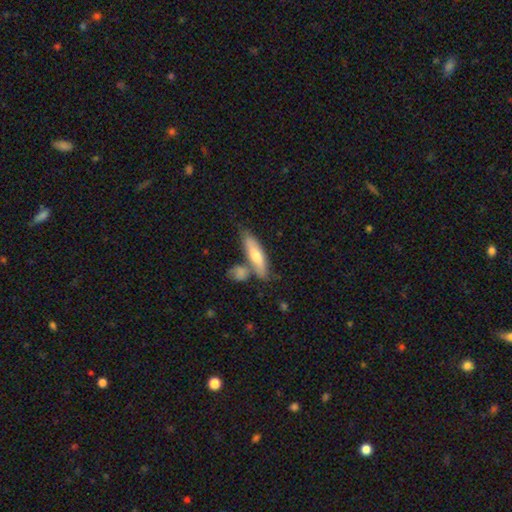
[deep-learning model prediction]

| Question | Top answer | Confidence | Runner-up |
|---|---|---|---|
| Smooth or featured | smooth | 57% | featured or disk (38%) |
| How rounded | cigar-shaped | 67% | in between (31%) |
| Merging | none | 60% | merger (20%) |